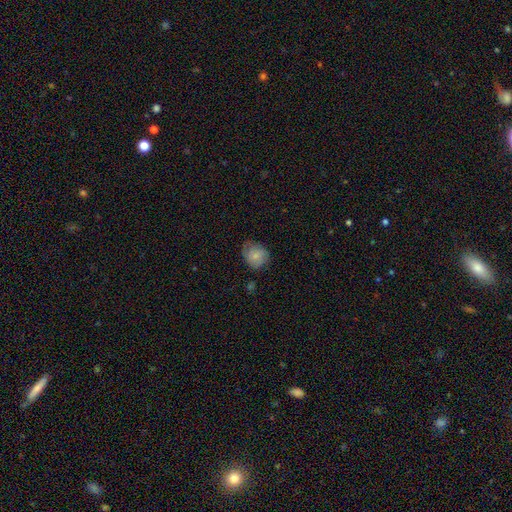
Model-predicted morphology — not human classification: Q: Smooth or featured?
A: smooth (77%); runner-up: featured or disk (15%)
Q: How rounded?
A: round (65%); runner-up: in between (34%)
Q: Merging?
A: none (60%); runner-up: minor disturbance (30%)